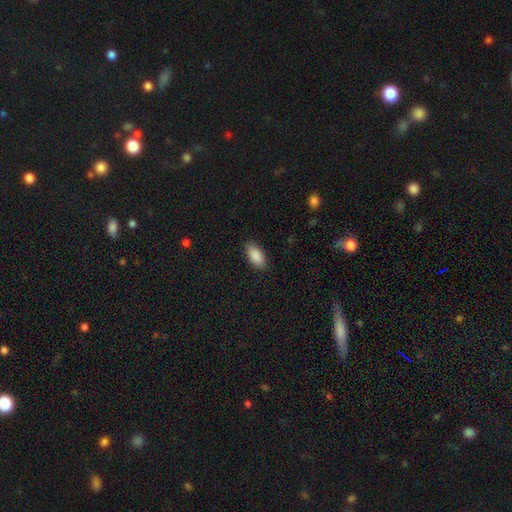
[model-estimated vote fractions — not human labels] Smooth or featured? Predicted: smooth (p=0.89). How rounded? Predicted: in between (p=0.92). Merging? Predicted: none (p=0.87).